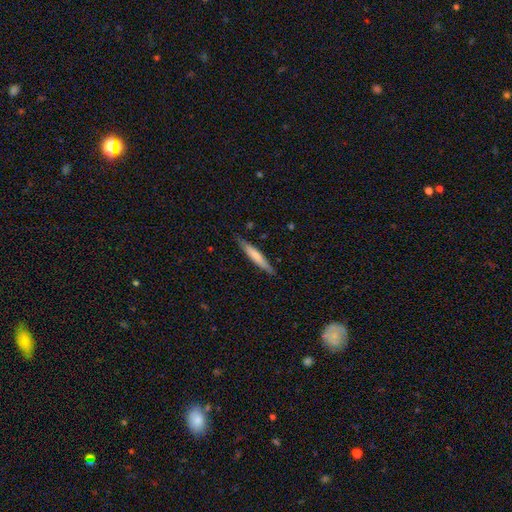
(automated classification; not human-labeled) A smooth galaxy with no disk features (65%) that is cigar-shaped (92%). Merging: none (85%).